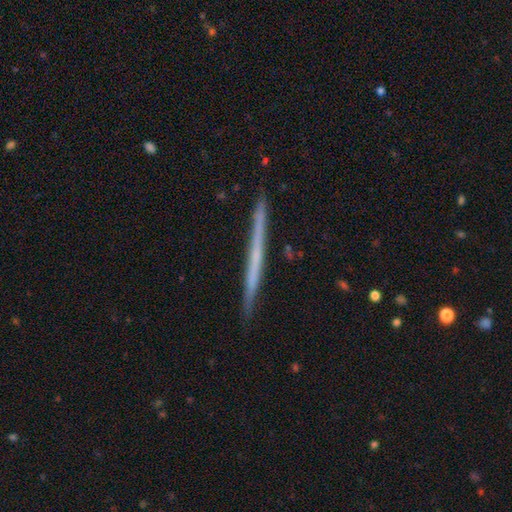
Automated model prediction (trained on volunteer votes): Smooth or featured?
  - featured or disk: 56% *
  - smooth: 38%
  - star or artifact: 6%
Edge-on disk?
  - yes: 98% *
  - no: 2%
Edge-on bulge?
  - none: 92% *
  - rounded: 5%
  - boxy: 2%
Merging?
  - none: 91% *
  - minor disturbance: 6%
  - major disturbance: 1%
  - merger: 1%